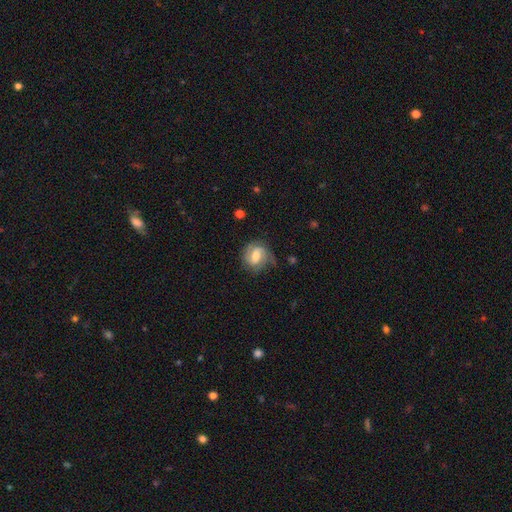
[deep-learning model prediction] Smooth or featured: featured or disk — 68% (smooth — 25%)
Edge-on disk: no — 97% (yes — 3%)
Bar: weak — 53% (no — 24%)
Spiral arms: yes — 91% (no — 9%)
Spiral winding: medium — 43% (tight — 39%)
Spiral arm count: 2 — 67% (can't tell — 14%)
Bulge size: moderate — 59% (small — 22%)
Merging: none — 66% (minor disturbance — 22%)